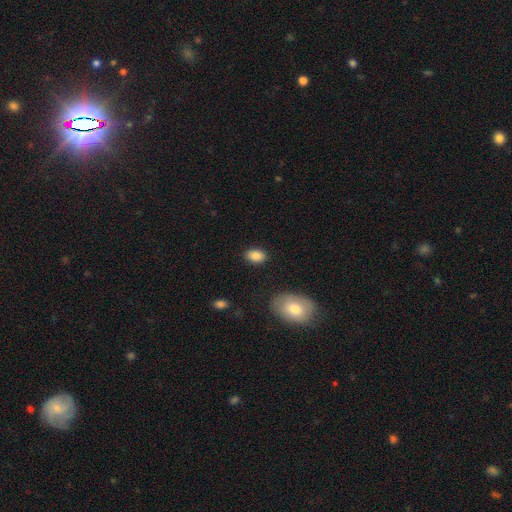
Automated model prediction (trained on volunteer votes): smooth_or_featured: smooth (p=0.87) [alt: star or artifact p=0.08]
how_rounded: in between (p=0.81) [alt: round p=0.17]
merging: none (p=0.86) [alt: minor disturbance p=0.10]